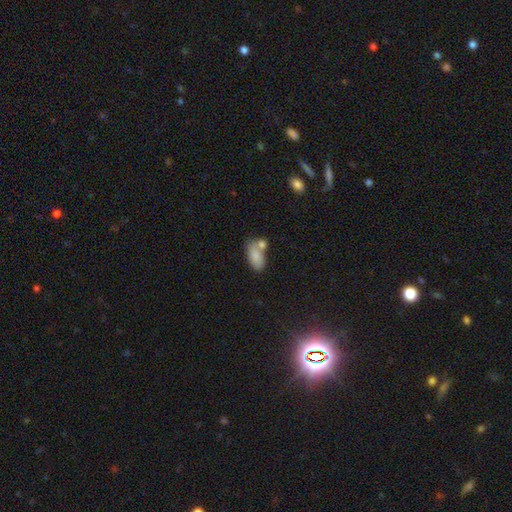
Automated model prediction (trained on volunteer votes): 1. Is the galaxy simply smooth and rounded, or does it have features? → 81% smooth, 11% featured or disk, 8% star or artifact.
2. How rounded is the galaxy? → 91% in between, 5% round, 4% cigar-shaped.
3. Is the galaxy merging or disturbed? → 40% merger, 39% none, 15% minor disturbance, 6% major disturbance.